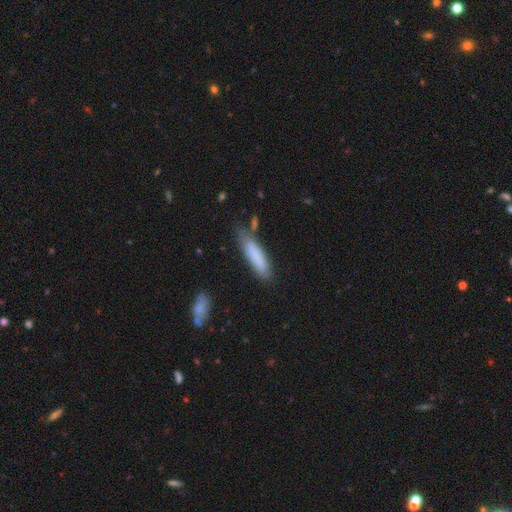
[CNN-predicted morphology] A smooth galaxy with no disk features (82%) that is cigar-shaped (78%). Merging: none (70%).